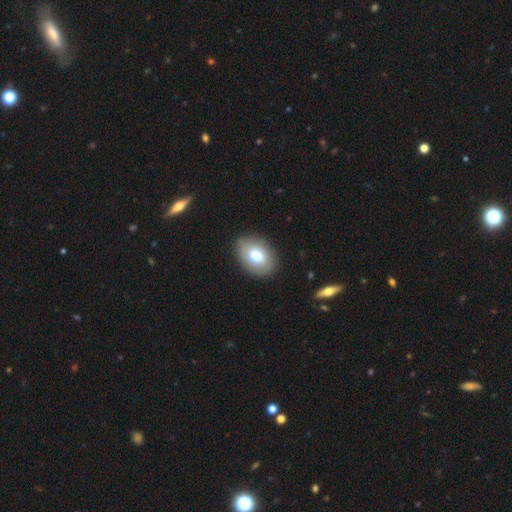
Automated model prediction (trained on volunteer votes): This appears to be a smooth galaxy with no disk features (73%) that is in between round and cigar-shaped (79%). Merging: none (85%).